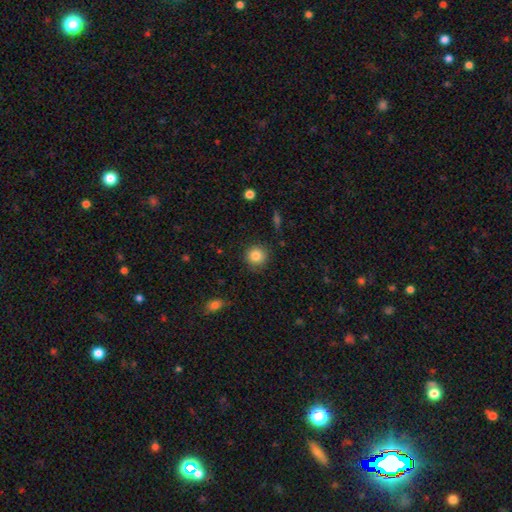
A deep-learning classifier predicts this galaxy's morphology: Smooth or featured: smooth — 84% (star or artifact — 10%)
How rounded: round — 93% (in between — 6%)
Merging: none — 88% (minor disturbance — 9%)